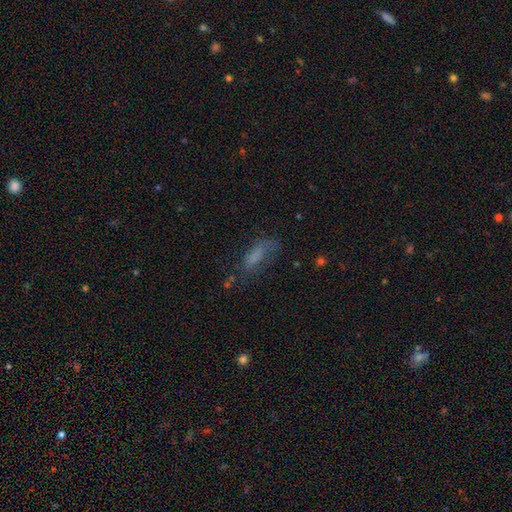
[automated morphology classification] smooth_or_featured: smooth (p=0.61) [alt: featured or disk p=0.25]
how_rounded: in between (p=0.70) [alt: cigar-shaped p=0.27]
merging: none (p=0.46) [alt: minor disturbance p=0.27]